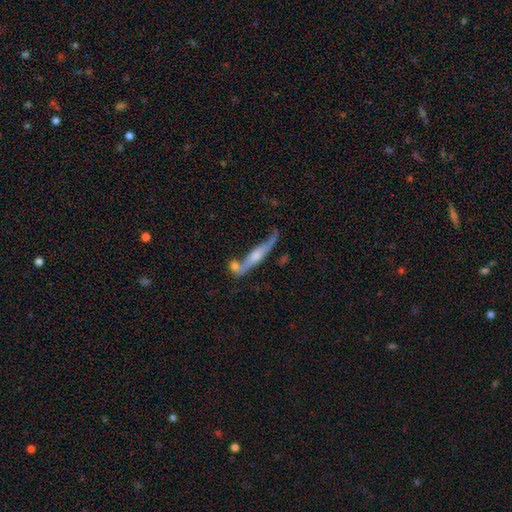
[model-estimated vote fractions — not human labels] This is likely a featured or disk galaxy (67%). It is clearly viewed edge-on (89%). Edge-on bulge: likely rounded (75%). Merging: possibly none (52%).